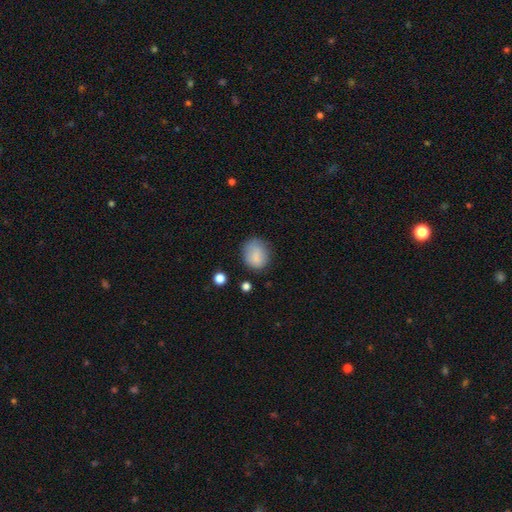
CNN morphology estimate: Smooth or featured? Predicted: smooth (p=0.84). How rounded? Predicted: round (p=0.66). Merging? Predicted: none (p=0.69).